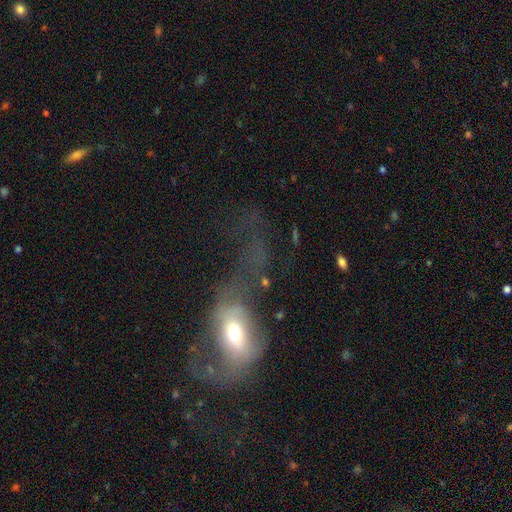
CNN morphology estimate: Smooth or featured?
  - featured or disk: 52% *
  - smooth: 33%
  - star or artifact: 15%
Edge-on disk?
  - no: 89% *
  - yes: 11%
Merging?
  - major disturbance: 59% *
  - none: 20%
  - minor disturbance: 13%
  - merger: 7%